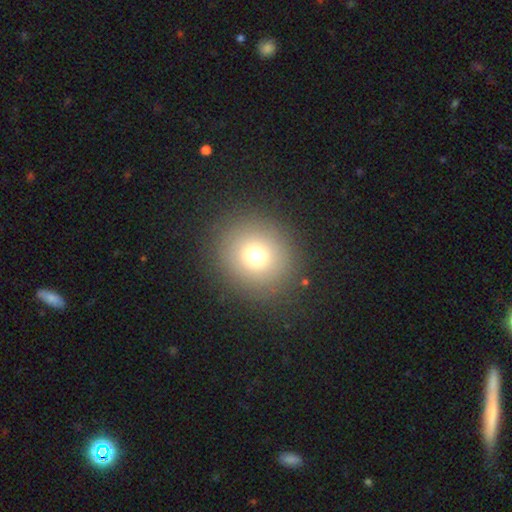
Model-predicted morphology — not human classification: smooth 72%, star or artifact 15%, featured or disk 13%. Down the decision tree: how rounded — round (88%); merging — none (87%).